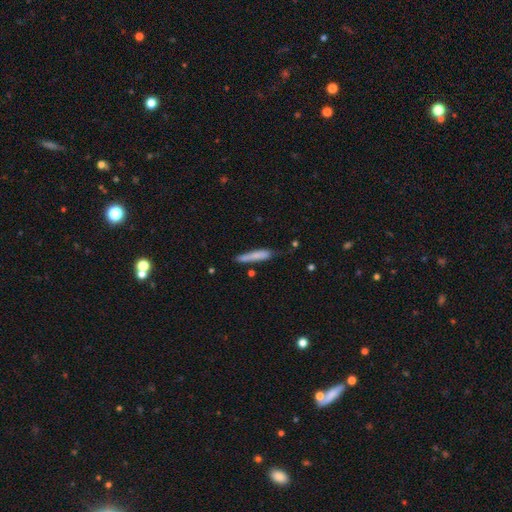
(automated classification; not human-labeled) A smooth galaxy with no disk features (75%) that is cigar-shaped (92%). Merging: none (66%).